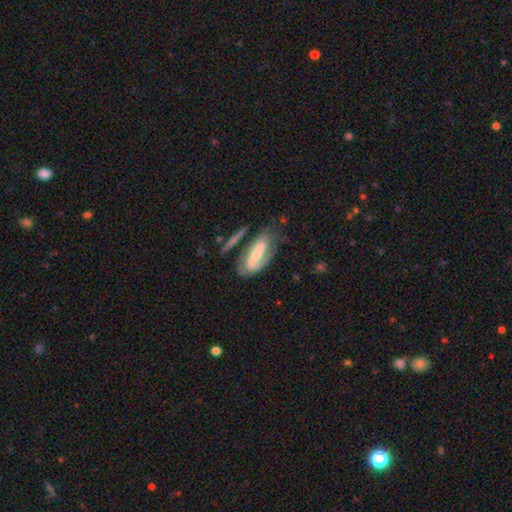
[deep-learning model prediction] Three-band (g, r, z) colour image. It shows a featured or disk galaxy (77%) with a weak bar (37%), 2 (79%) medium (46%) spiral arms (92%) and a small central bulge (53%). Merging: none (60%).